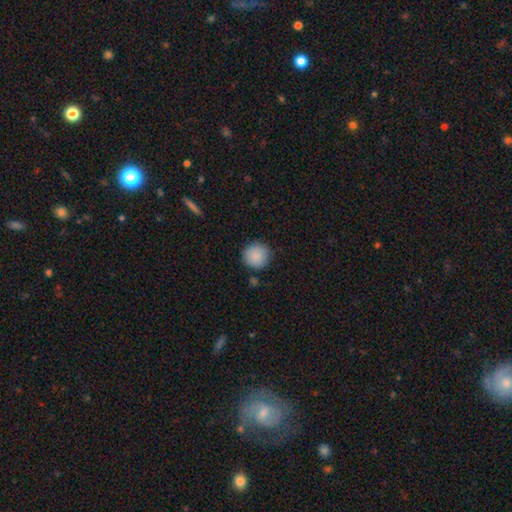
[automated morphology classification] Smooth or featured? smooth (89%)
How rounded? round (93%)
Merging? none (86%)